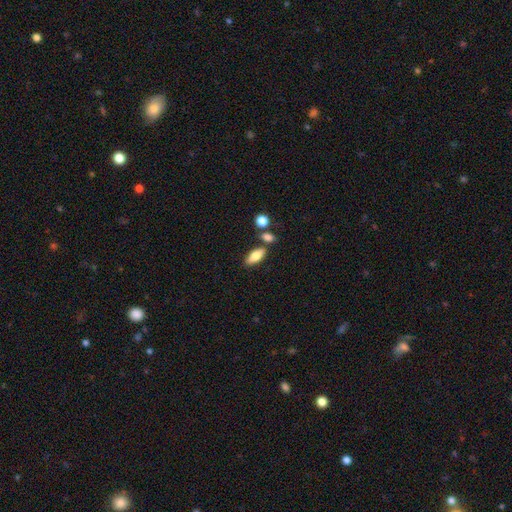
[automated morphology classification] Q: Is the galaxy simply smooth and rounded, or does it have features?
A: smooth — 76%.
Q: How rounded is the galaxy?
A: in between — 78%.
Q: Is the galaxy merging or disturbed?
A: none — 72%.